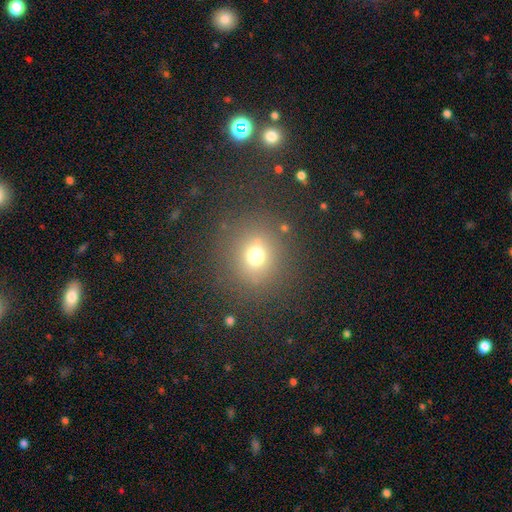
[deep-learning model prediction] Overall: smooth (69%). How rounded: round (86%). Merging: none (82%).